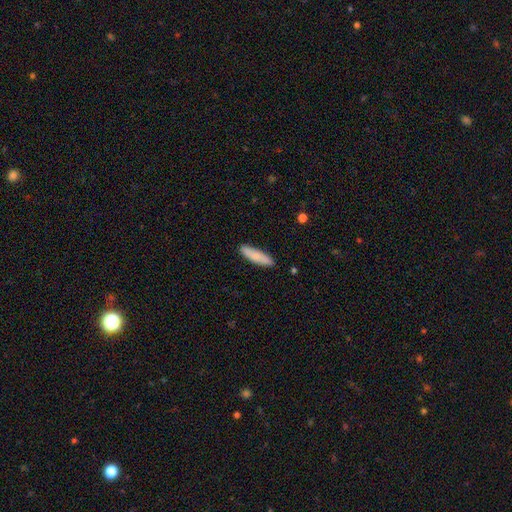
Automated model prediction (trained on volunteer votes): This appears to be a smooth galaxy with no disk features (83%) that is cigar-shaped (69%). Merging: none (88%).